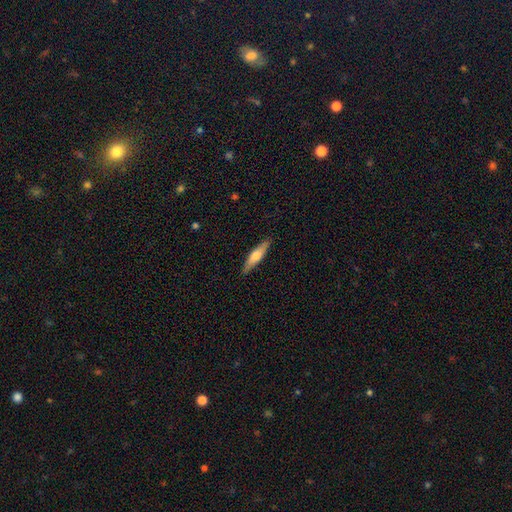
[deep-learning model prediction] smooth-or-featured: smooth: 52% | featured or disk: 42% | star or artifact: 5%
  how-rounded: cigar-shaped: 80% | in between: 18% | round: 2%
  merging: none: 89% | minor disturbance: 8% | major disturbance: 2% | merger: 1%